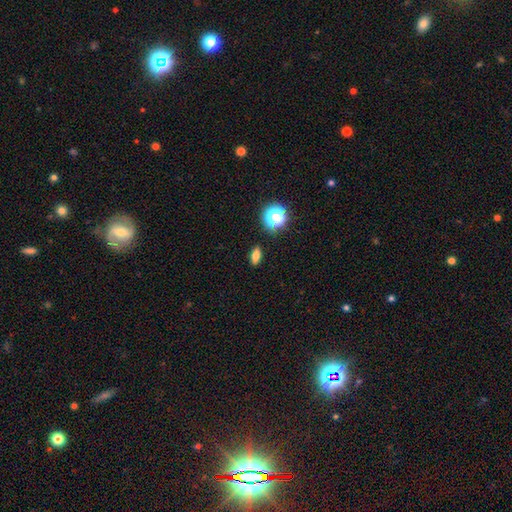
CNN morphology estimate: Smooth or featured? Predicted: smooth (p=0.73). How rounded? Predicted: in between (p=0.74). Merging? Predicted: none (p=0.89).